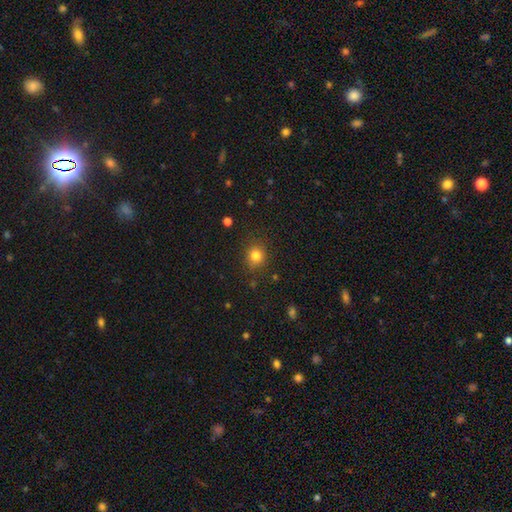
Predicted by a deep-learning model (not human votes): Smooth or featured? smooth (81%)
How rounded? round (82%)
Merging? none (85%)